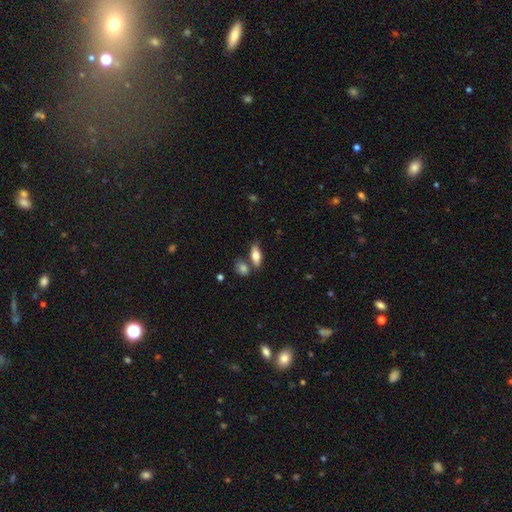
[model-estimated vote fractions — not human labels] A smooth galaxy with no disk features (72%) that is in between round and cigar-shaped (77%). Merging: none (68%).